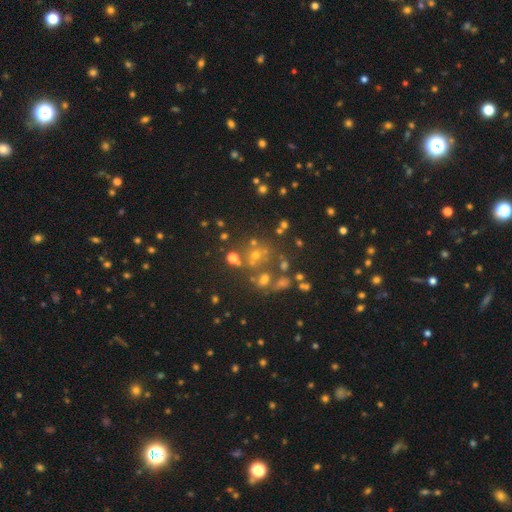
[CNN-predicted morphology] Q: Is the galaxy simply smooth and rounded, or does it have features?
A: star or artifact — 45%.